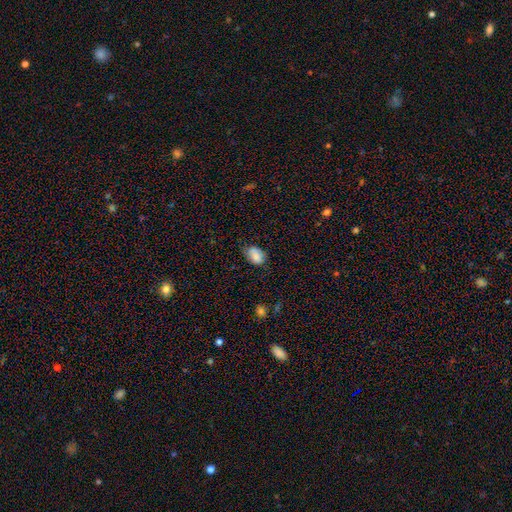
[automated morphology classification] A smooth galaxy with no disk features (82%) that is in between round and cigar-shaped (82%). Merging: none (58%).